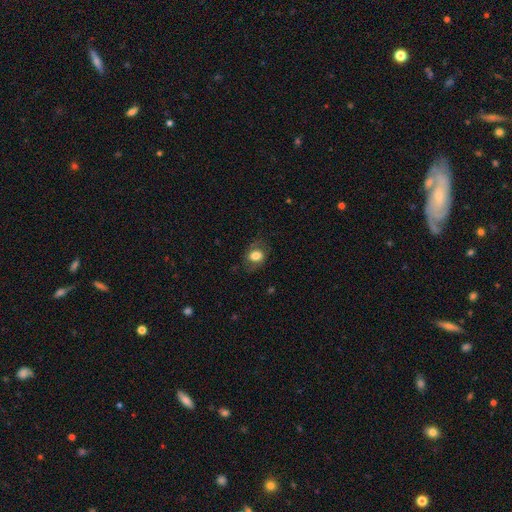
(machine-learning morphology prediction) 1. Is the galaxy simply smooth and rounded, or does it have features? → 69% smooth, 23% featured or disk, 8% star or artifact.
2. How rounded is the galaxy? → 61% in between, 37% round, 1% cigar-shaped.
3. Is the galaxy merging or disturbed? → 69% none, 19% minor disturbance, 10% major disturbance, 1% merger.